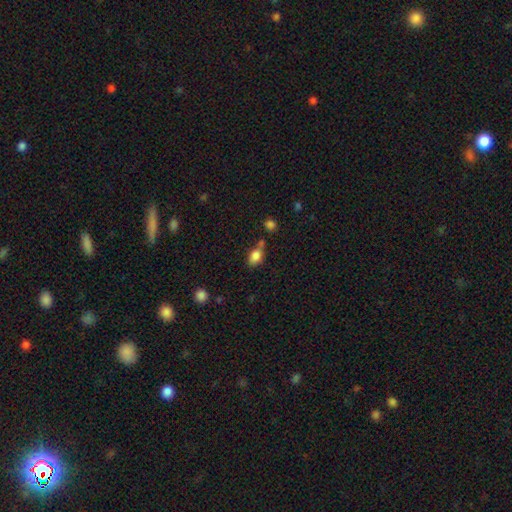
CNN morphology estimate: A smooth galaxy with no disk features (83%) that is in between round and cigar-shaped (75%). Merging: none (56%).